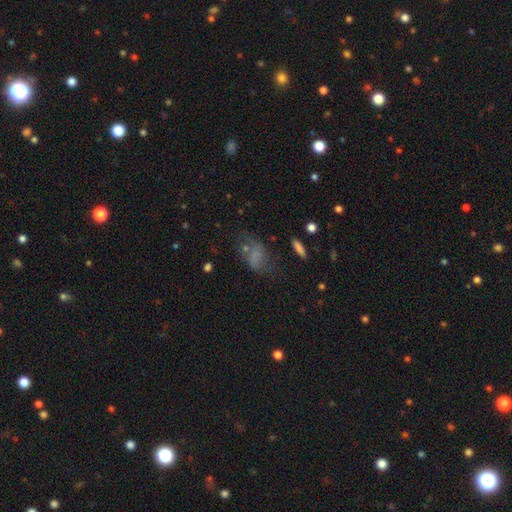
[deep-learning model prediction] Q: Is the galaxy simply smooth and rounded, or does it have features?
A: smooth — 58%.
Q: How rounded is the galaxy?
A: in between — 83%.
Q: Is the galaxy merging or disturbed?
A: none — 41%.